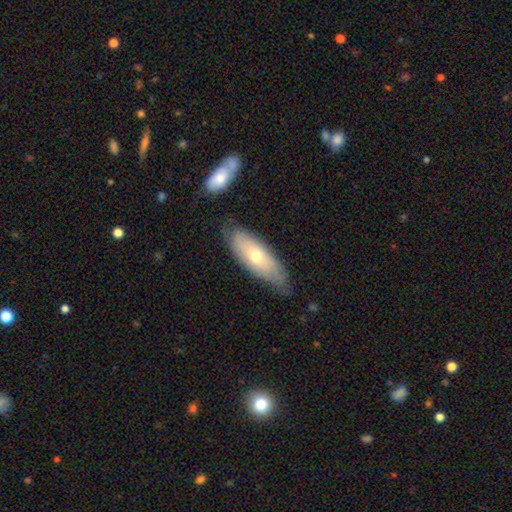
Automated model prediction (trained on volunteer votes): This appears to be a smooth galaxy with no disk features (56%) that is in between round and cigar-shaped (65%). Merging: none (67%).